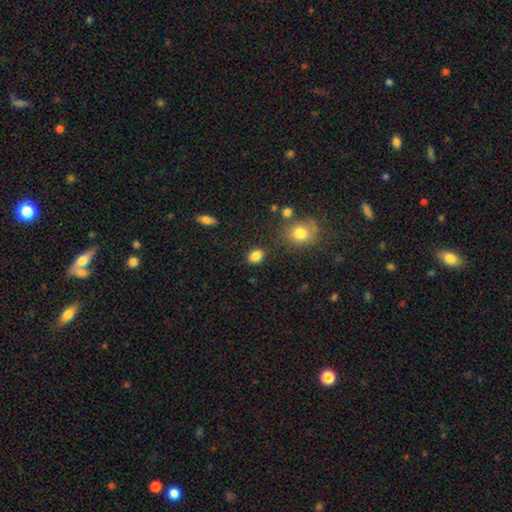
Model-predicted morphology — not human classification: smooth_or_featured: smooth (p=0.85) [alt: star or artifact p=0.10]
how_rounded: in between (p=0.61) [alt: round p=0.38]
merging: none (p=0.81) [alt: minor disturbance p=0.12]